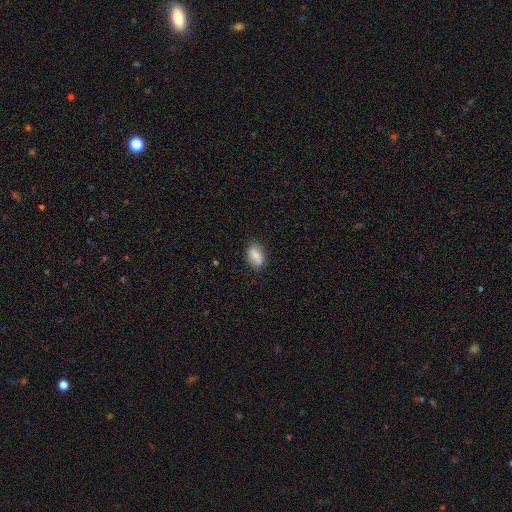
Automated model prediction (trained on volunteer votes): Q: Smooth or featured?
A: smooth (83%); runner-up: featured or disk (10%)
Q: How rounded?
A: in between (88%); runner-up: round (7%)
Q: Merging?
A: none (81%); runner-up: minor disturbance (15%)